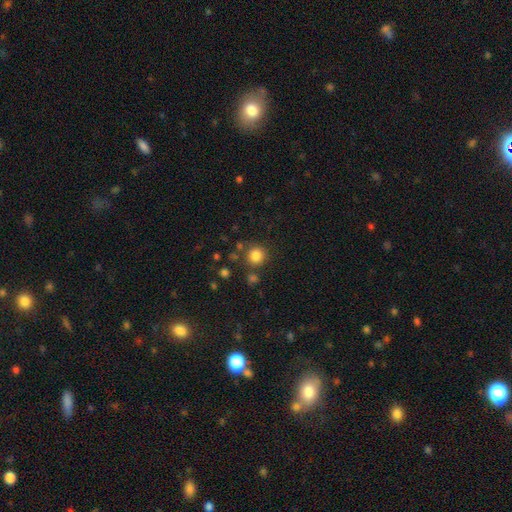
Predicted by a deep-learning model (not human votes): The model was most divided on "merging": none: 79%, minor disturbance: 9%, merger: 8%, major disturbance: 4%. More confident: how rounded — round (91%); smooth or featured — smooth (83%).